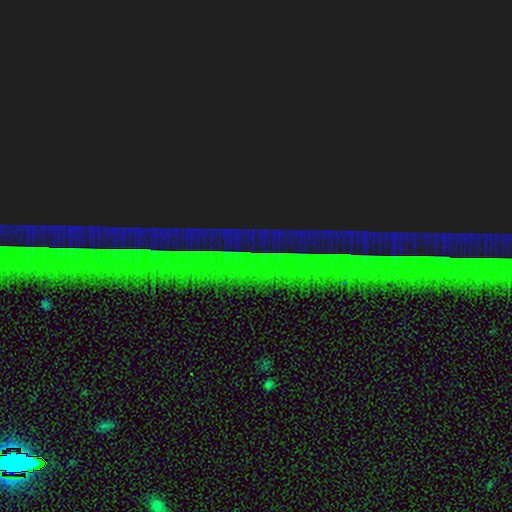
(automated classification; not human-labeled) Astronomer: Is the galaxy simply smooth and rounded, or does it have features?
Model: star or artifact — 87%.